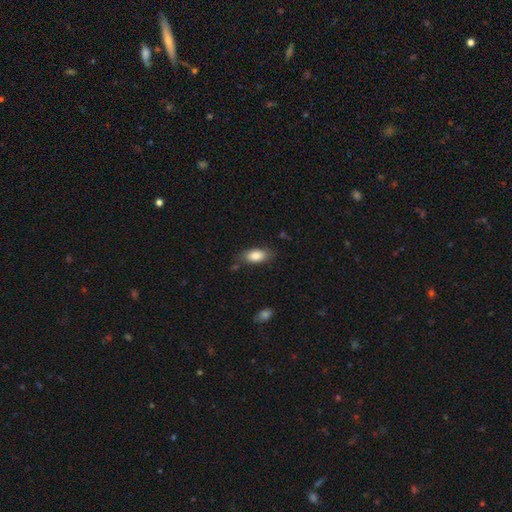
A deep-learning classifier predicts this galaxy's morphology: smooth_or_featured: smooth (p=0.84) [alt: featured or disk p=0.10]
how_rounded: in between (p=0.90) [alt: cigar-shaped p=0.06]
merging: none (p=0.74) [alt: minor disturbance p=0.18]